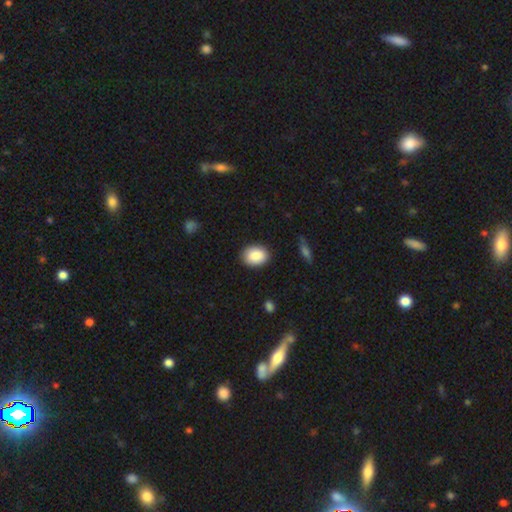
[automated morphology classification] A smooth galaxy with no disk features (88%) that is in between round and cigar-shaped (71%). Merging: none (86%).